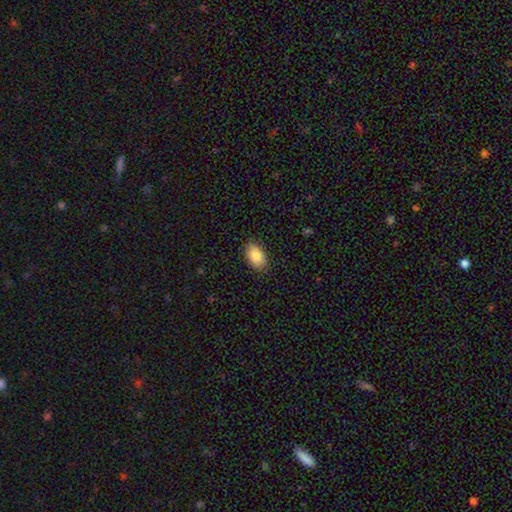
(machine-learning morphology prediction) Smooth or featured? smooth (87%)
How rounded? in between (93%)
Merging? none (87%)